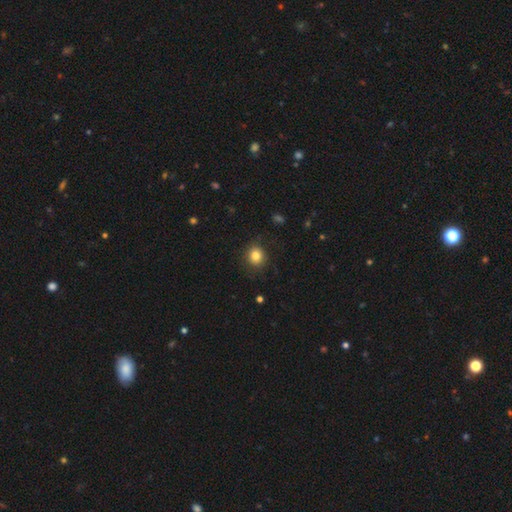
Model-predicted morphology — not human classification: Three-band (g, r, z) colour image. It shows a smooth galaxy with no disk features (82%) that is round (84%). Merging: none (86%).